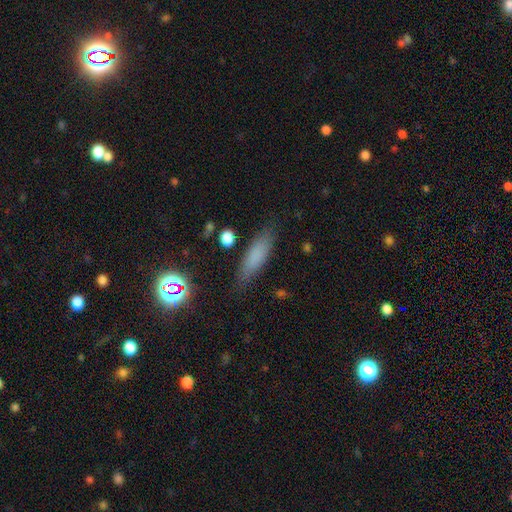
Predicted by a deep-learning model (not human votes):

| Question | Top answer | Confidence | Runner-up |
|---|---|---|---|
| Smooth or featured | smooth | 76% | featured or disk (12%) |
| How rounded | cigar-shaped | 57% | in between (41%) |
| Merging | none | 82% | minor disturbance (13%) |